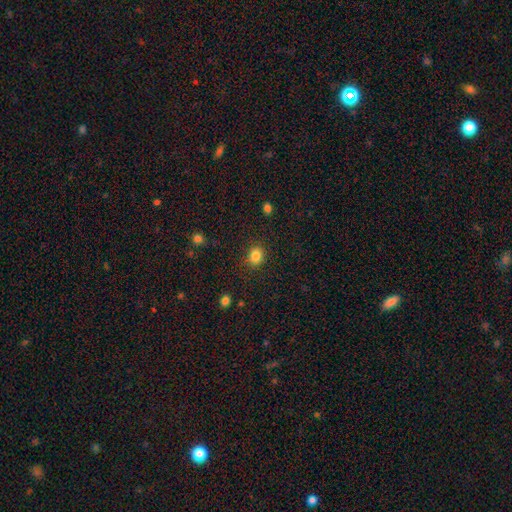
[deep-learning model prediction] Smooth or featured: smooth — 84% (star or artifact — 11%)
How rounded: round — 67% (in between — 32%)
Merging: none — 85% (minor disturbance — 10%)